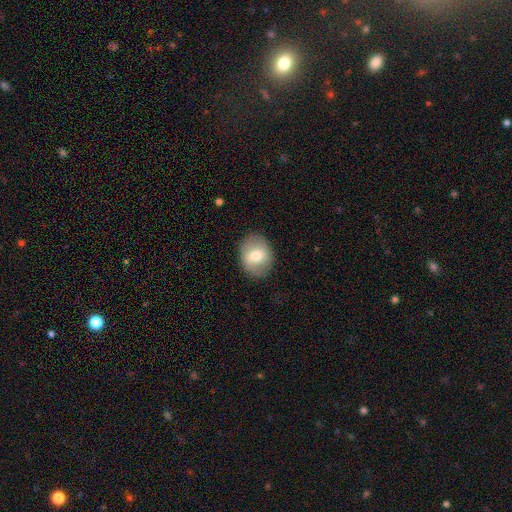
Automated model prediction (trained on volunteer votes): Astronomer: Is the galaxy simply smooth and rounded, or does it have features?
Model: smooth — 66%.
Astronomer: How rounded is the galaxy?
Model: in between — 52% (runner-up: round, 47%).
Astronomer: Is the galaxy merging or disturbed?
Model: none — 83%.